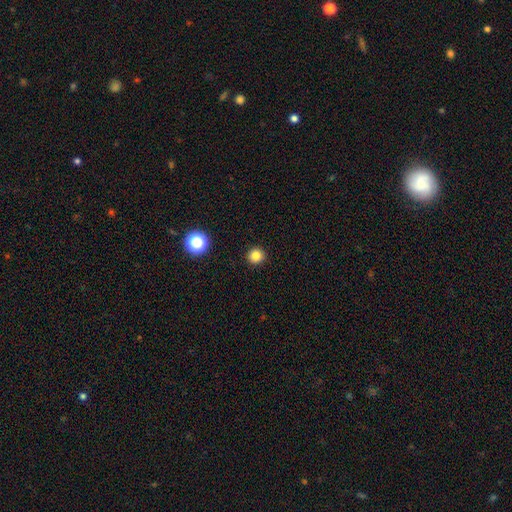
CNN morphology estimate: This appears to be a smooth galaxy with no disk features (83%) that is round (95%). Merging: none (93%).